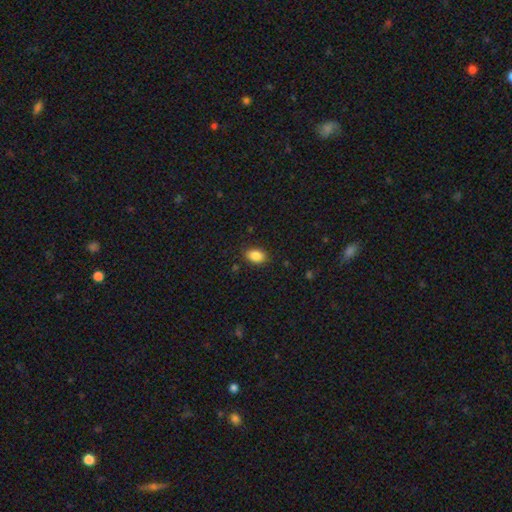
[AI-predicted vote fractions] Smooth or featured? smooth (87%)
How rounded? in between (84%)
Merging? none (87%)